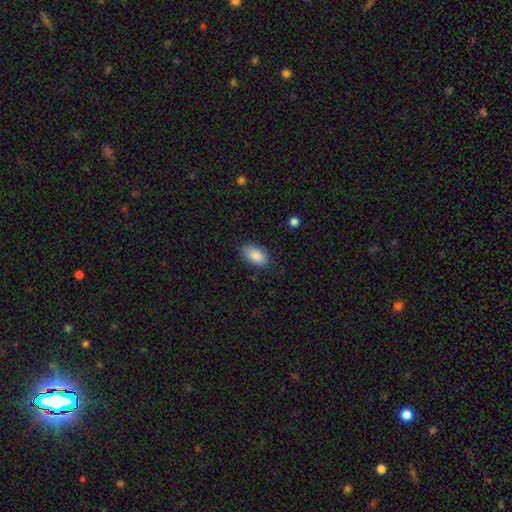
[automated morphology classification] smooth_or_featured: smooth (p=0.89) [alt: star or artifact p=0.07]
how_rounded: in between (p=0.93) [alt: round p=0.05]
merging: none (p=0.83) [alt: minor disturbance p=0.13]